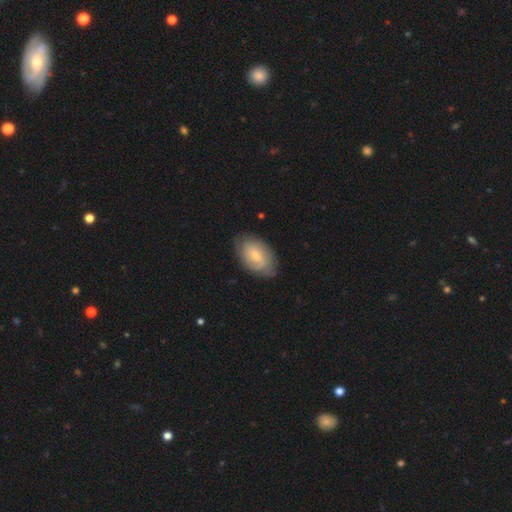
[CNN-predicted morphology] Smooth or featured: featured or disk — 60% (smooth — 34%)
Edge-on disk: no — 95% (yes — 5%)
Bar: no — 49% (weak — 43%)
Spiral arms: yes — 84% (no — 16%)
Bulge size: small — 63% (moderate — 31%)
Merging: none — 72% (minor disturbance — 20%)